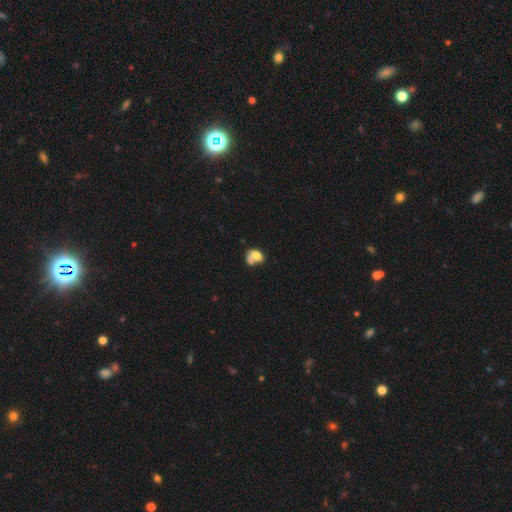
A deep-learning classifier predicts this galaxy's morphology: Smooth or featured? smooth (61%)
How rounded? in between (55%)
Merging? merger (42%)